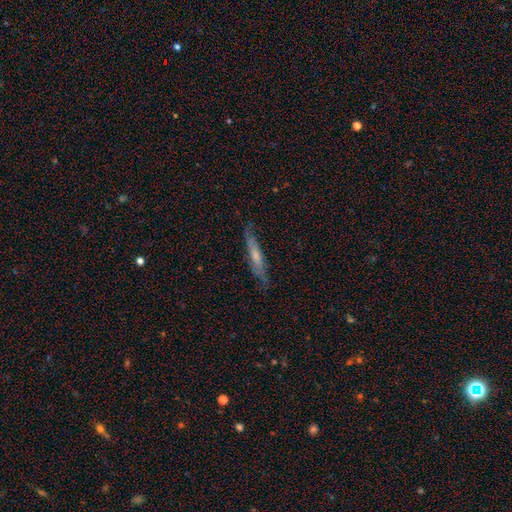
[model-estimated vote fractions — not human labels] Smooth or featured? Predicted: featured or disk (p=0.52). Edge-on disk? Predicted: yes (p=0.75). Merging? Predicted: none (p=0.76).